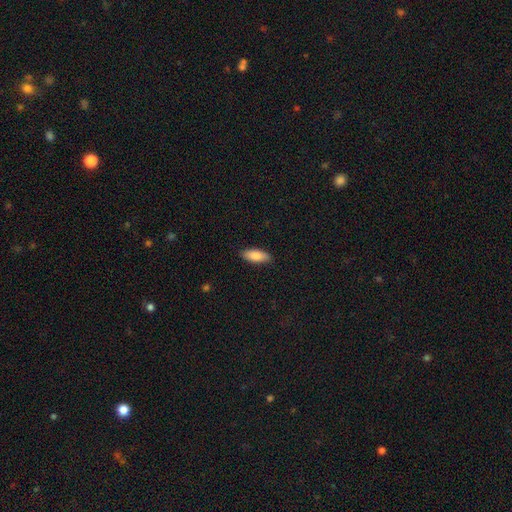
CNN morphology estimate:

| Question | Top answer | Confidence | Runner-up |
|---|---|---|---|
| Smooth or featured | smooth | 85% | featured or disk (9%) |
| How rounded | in between | 74% | cigar-shaped (25%) |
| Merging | none | 89% | minor disturbance (9%) |